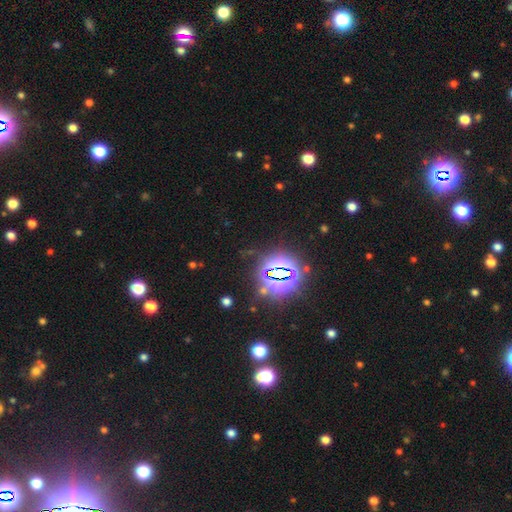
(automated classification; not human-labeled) This is clearly a star or artifact rather than a galaxy (81%).